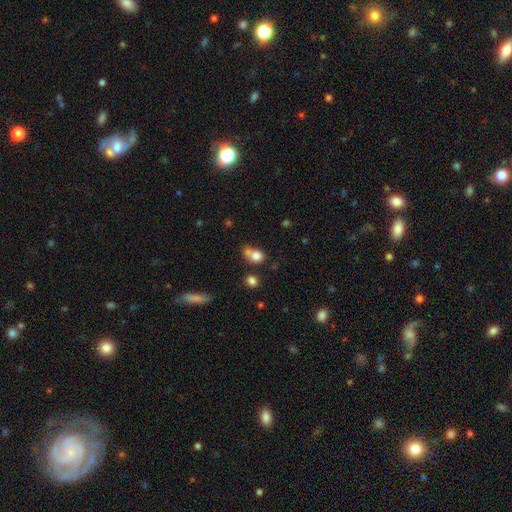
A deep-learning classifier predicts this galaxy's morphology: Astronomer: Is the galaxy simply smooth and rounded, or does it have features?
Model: smooth — 78%.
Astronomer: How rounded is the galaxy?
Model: round — 63%.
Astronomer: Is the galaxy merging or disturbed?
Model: merger — 39%, tied with none at 39%.